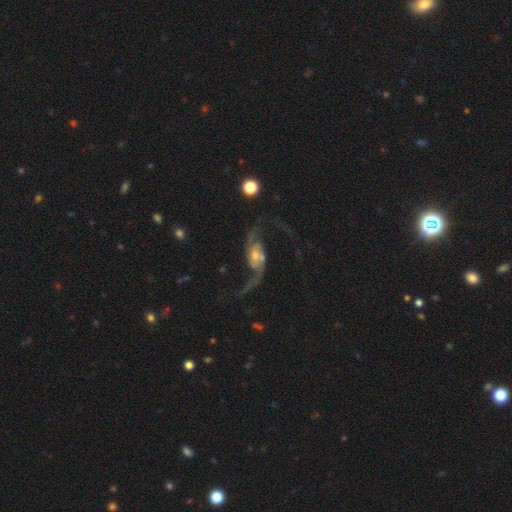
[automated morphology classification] smooth_or_featured: featured or disk (p=0.85) [alt: smooth p=0.09]
disk_edge_on: no (p=0.96) [alt: yes p=0.04]
bar: no (p=0.52) [alt: weak p=0.37]
has_spiral_arms: yes (p=0.95) [alt: no p=0.05]
spiral_winding: loose (p=0.78) [alt: medium p=0.17]
spiral_arm_count: 2 (p=0.92) [alt: 1 p=0.03]
bulge_size: moderate (p=0.47) [alt: small p=0.40]
merging: none (p=0.49) [alt: major disturbance p=0.24]